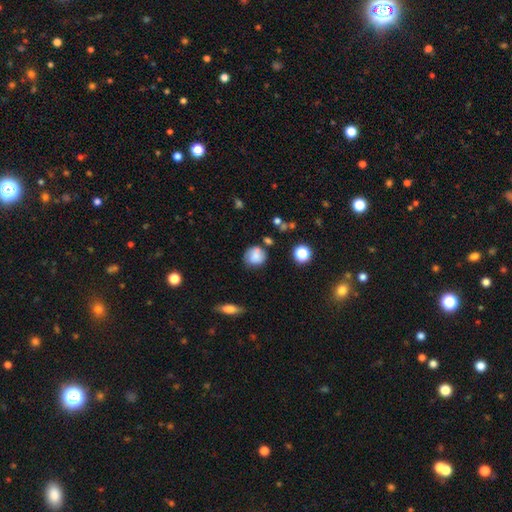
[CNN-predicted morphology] smooth-or-featured: smooth: 75% | featured or disk: 15% | star or artifact: 10%
  how-rounded: round: 81% | in between: 18% | cigar-shaped: 1%
  merging: none: 65% | minor disturbance: 22% | major disturbance: 7% | merger: 6%